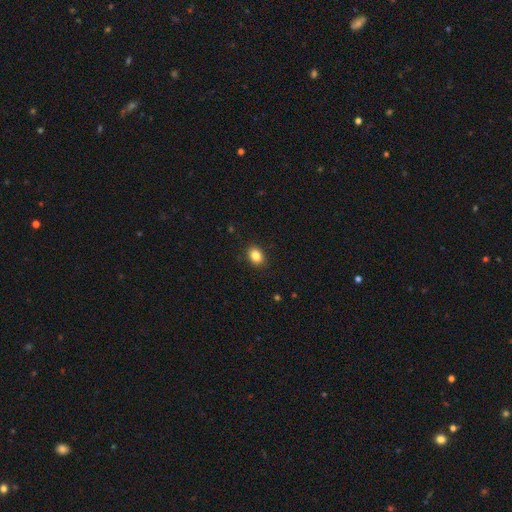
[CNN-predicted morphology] smooth 85%, star or artifact 10%, featured or disk 6%. Down the decision tree: how rounded — in between (61%); merging — none (90%).